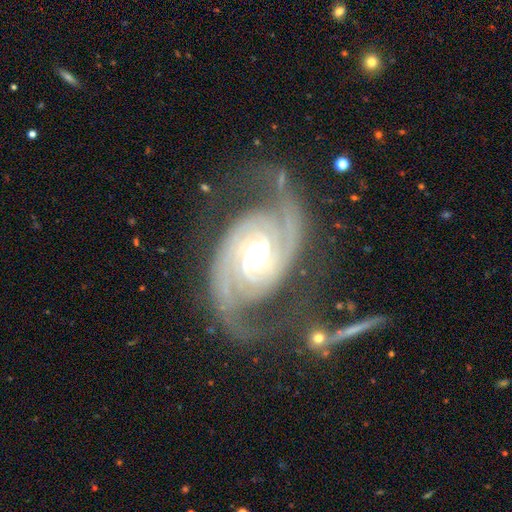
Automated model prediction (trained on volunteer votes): featured or disk 92%, star or artifact 4%, smooth 3%. Down the decision tree: edge-on disk — no (97%); bar — weak (46%); spiral arms — yes (98%); spiral arm count — 2 (71%); spiral winding — tight (56%); bulge size — moderate (67%); merging — none (62%).